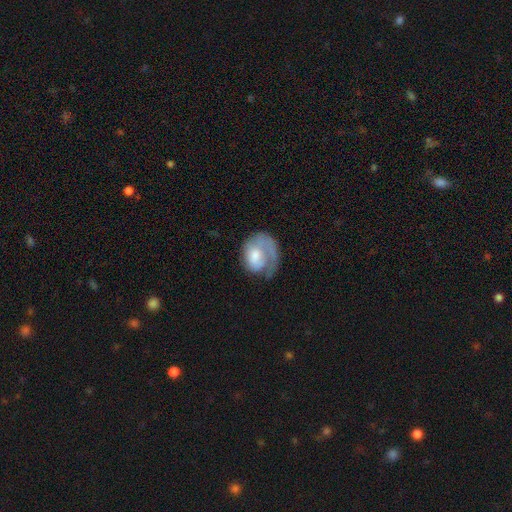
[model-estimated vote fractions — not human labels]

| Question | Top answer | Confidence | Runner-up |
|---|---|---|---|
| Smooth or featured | featured or disk | 59% | smooth (35%) |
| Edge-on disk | no | 97% | yes (3%) |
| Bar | no | 68% | weak (27%) |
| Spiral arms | yes | 81% | no (19%) |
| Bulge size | moderate | 47% | small (24%) |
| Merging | none | 41% | major disturbance (35%) |